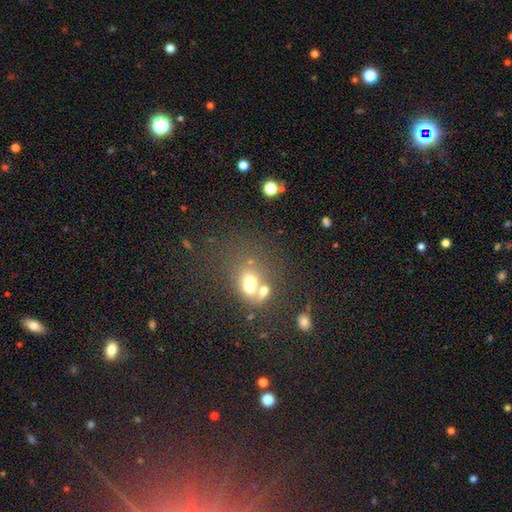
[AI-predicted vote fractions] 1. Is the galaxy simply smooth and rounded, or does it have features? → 47% star or artifact, 41% smooth, 11% featured or disk.